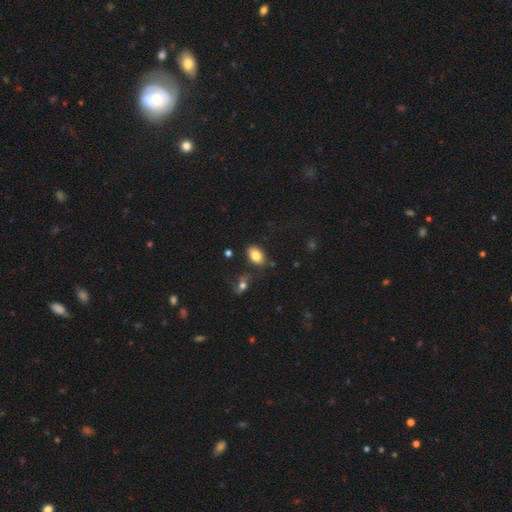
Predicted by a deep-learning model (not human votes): Smooth or featured?
  - smooth: 82% *
  - featured or disk: 10%
  - star or artifact: 8%
How rounded?
  - in between: 88% *
  - round: 10%
  - cigar-shaped: 2%
Merging?
  - none: 77% *
  - minor disturbance: 13%
  - merger: 6%
  - major disturbance: 3%